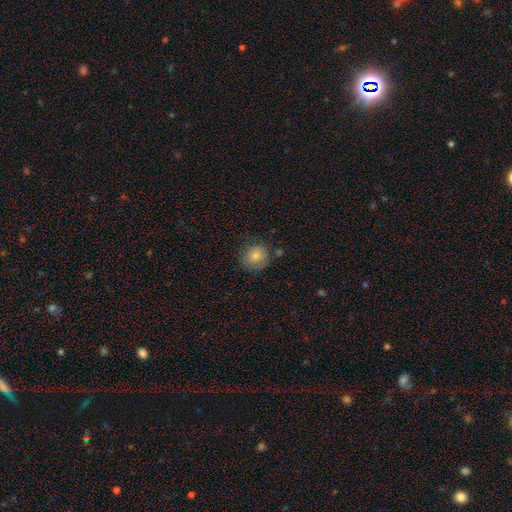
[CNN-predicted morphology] The model was most divided on "merging": none: 73%, minor disturbance: 18%, major disturbance: 5%, merger: 3%. More confident: how rounded — round (84%); smooth or featured — smooth (78%).